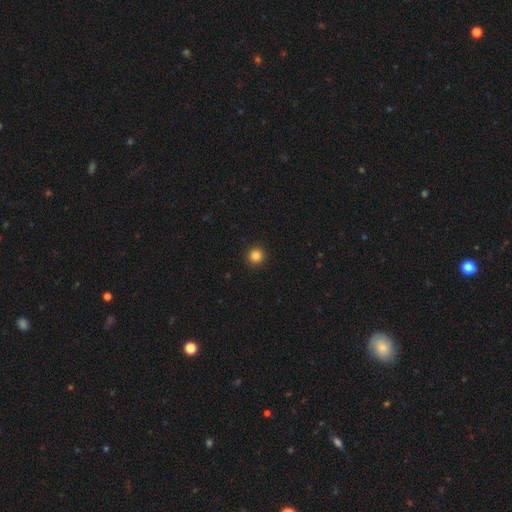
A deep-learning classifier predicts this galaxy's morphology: This is clearly a smooth galaxy (85%). How rounded: clearly round (95%). Merging: clearly none (93%).